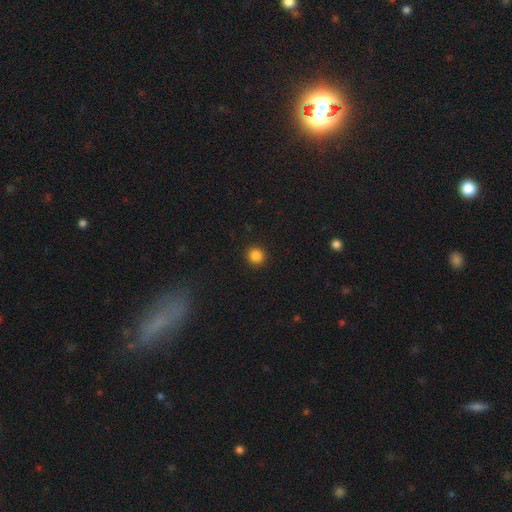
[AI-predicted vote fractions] A smooth galaxy with no disk features (85%) that is round (94%). Merging: none (93%).